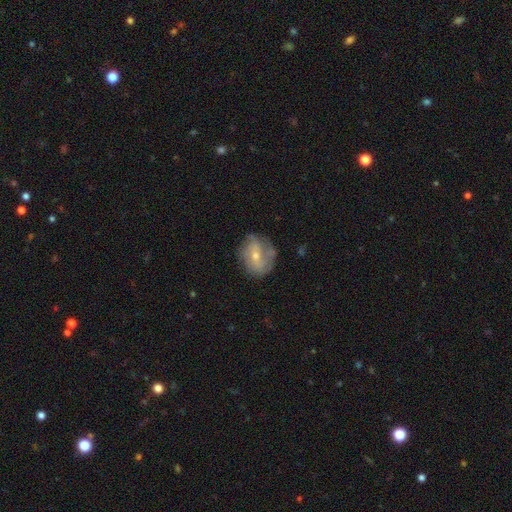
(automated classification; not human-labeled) Smooth or featured? Predicted: featured or disk (p=0.57). Edge-on disk? Predicted: no (p=0.95). Bar? Predicted: no (p=0.53). Spiral arms? Predicted: yes (p=0.70). Bulge size? Predicted: small (p=0.53). Merging? Predicted: none (p=0.66).